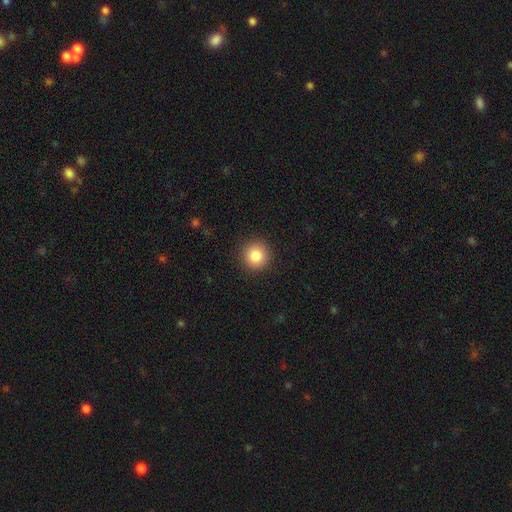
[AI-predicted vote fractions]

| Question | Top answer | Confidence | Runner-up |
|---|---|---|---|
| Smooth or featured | smooth | 84% | star or artifact (10%) |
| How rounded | round | 95% | in between (4%) |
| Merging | none | 92% | minor disturbance (5%) |